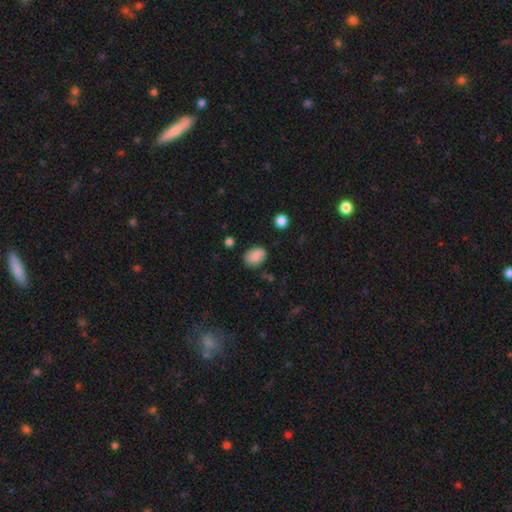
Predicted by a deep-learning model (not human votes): A smooth galaxy with no disk features (85%) that is in between round and cigar-shaped (68%).

Vote fractions:
- Smooth or featured? smooth: 85% / star or artifact: 8% / featured or disk: 7%
- How rounded? in between: 68% / round: 31% / cigar-shaped: 1%
- Merging? none: 75% / minor disturbance: 18% / major disturbance: 4% / merger: 2%